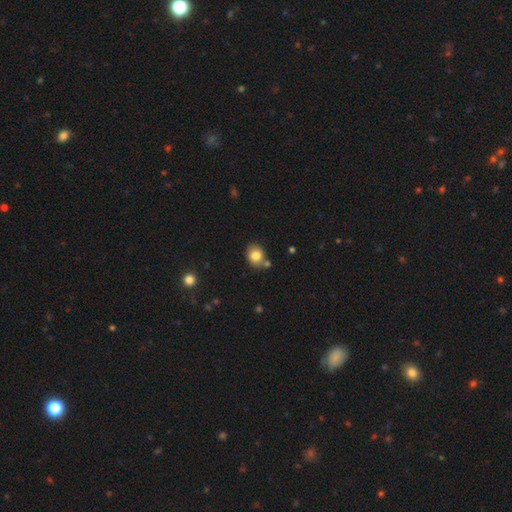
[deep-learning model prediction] This is clearly a smooth galaxy (81%). How rounded: possibly round (60%). Merging: likely none (72%).